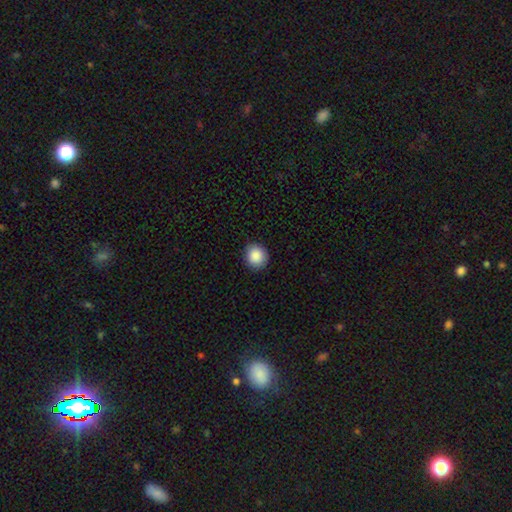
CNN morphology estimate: Smooth or featured: smooth — 89% (star or artifact — 8%)
How rounded: round — 88% (in between — 11%)
Merging: none — 90% (minor disturbance — 8%)